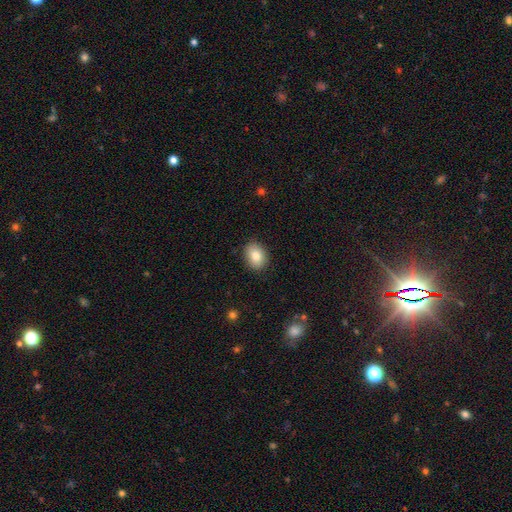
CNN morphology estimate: smooth_or_featured: smooth (p=0.85) [alt: star or artifact p=0.08]
how_rounded: in between (p=0.70) [alt: round p=0.29]
merging: none (p=0.87) [alt: minor disturbance p=0.09]